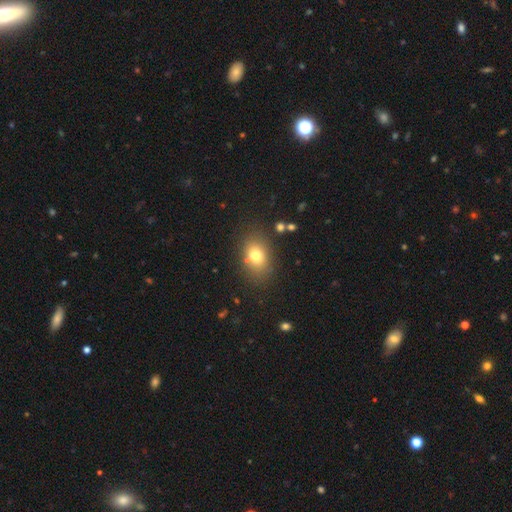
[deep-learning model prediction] A smooth galaxy with no disk features (77%) that is in between round and cigar-shaped (71%).

Vote fractions:
- Smooth or featured? smooth: 77% / featured or disk: 12% / star or artifact: 12%
- How rounded? in between: 71% / round: 27% / cigar-shaped: 1%
- Merging? none: 77% / minor disturbance: 13% / merger: 5% / major disturbance: 5%